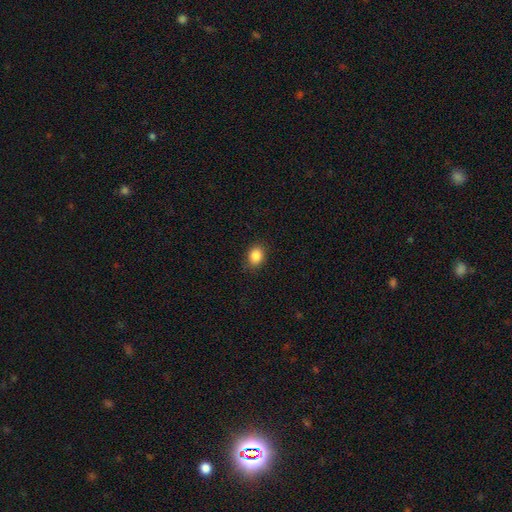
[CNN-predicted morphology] Smooth or featured? smooth (86%)
How rounded? in between (53%)
Merging? none (87%)